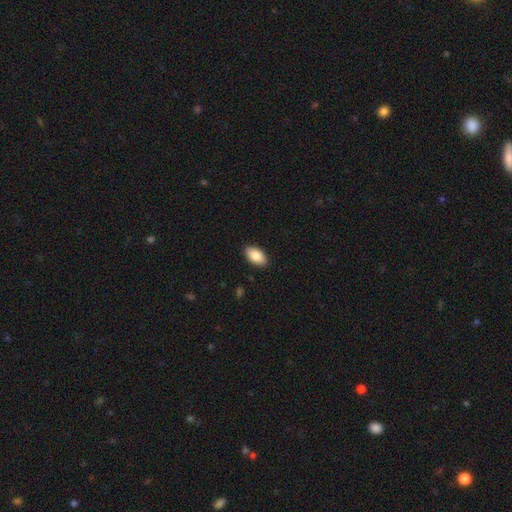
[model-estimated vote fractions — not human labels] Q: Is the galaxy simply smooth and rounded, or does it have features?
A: smooth — 87%.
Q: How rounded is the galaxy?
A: in between — 95%.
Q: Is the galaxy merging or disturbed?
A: none — 90%.